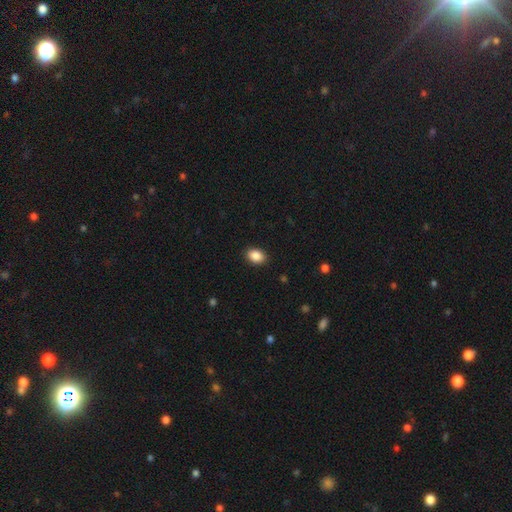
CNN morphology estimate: This is clearly a smooth galaxy (88%). How rounded: likely in between (79%). Merging: clearly none (89%).